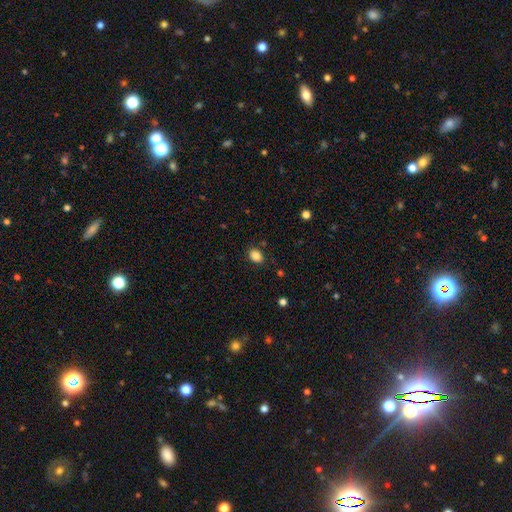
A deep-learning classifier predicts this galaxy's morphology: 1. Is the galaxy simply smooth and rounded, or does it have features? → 85% smooth, 9% star or artifact, 5% featured or disk.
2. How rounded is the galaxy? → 70% in between, 29% round, 1% cigar-shaped.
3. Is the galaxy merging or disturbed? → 84% none, 11% minor disturbance, 3% major disturbance, 2% merger.